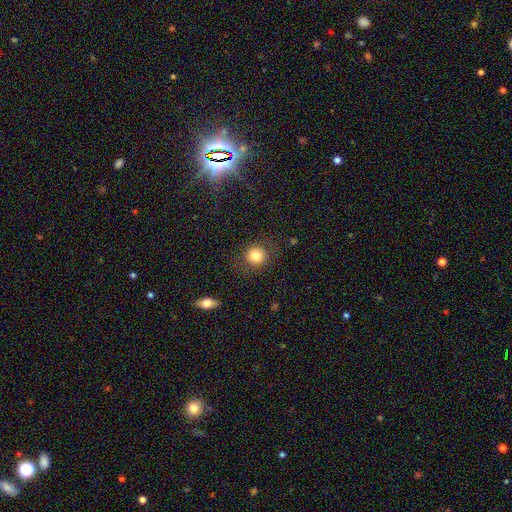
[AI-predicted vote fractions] Smooth or featured?
  - smooth: 82% *
  - star or artifact: 11%
  - featured or disk: 8%
How rounded?
  - round: 86% *
  - in between: 13%
  - cigar-shaped: 1%
Merging?
  - none: 84% *
  - minor disturbance: 10%
  - major disturbance: 5%
  - merger: 1%